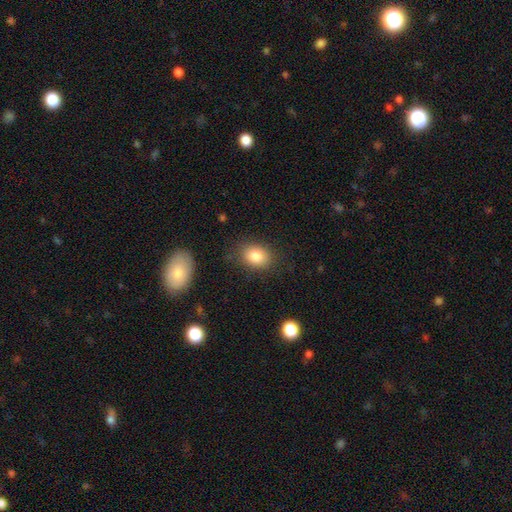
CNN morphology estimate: smooth_or_featured: smooth (p=0.84) [alt: star or artifact p=0.09]
how_rounded: in between (p=0.59) [alt: round p=0.40]
merging: none (p=0.82) [alt: minor disturbance p=0.13]